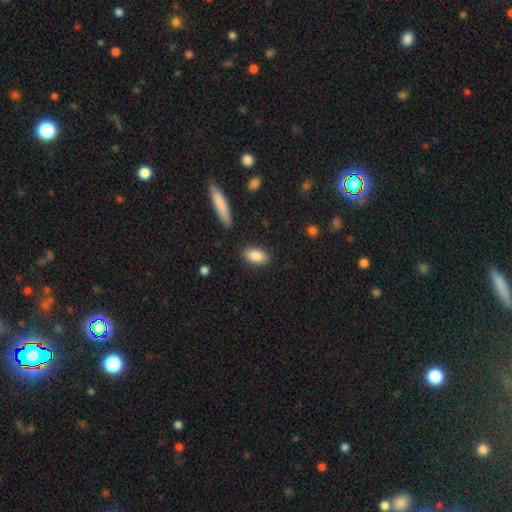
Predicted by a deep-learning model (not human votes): A smooth galaxy with no disk features (88%) that is in between round and cigar-shaped (89%).

Vote fractions:
- Smooth or featured? smooth: 88% / star or artifact: 6% / featured or disk: 6%
- How rounded? in between: 89% / cigar-shaped: 7% / round: 4%
- Merging? none: 86% / minor disturbance: 9% / major disturbance: 2% / merger: 2%